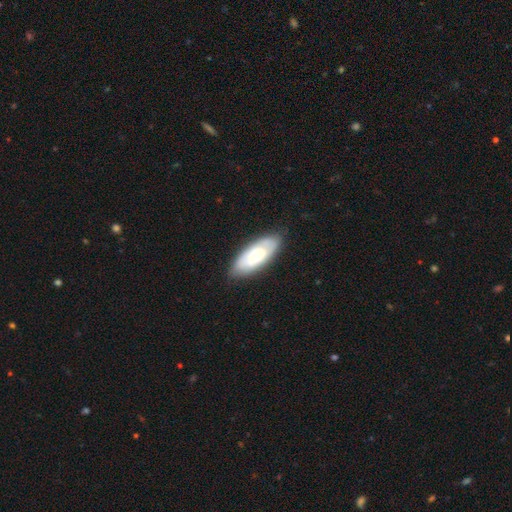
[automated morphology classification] Smooth or featured: smooth — 58% (featured or disk — 36%)
How rounded: in between — 77% (cigar-shaped — 21%)
Merging: none — 80% (minor disturbance — 15%)